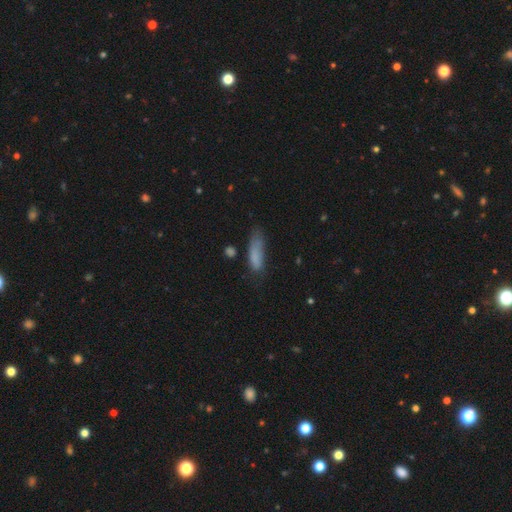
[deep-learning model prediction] The model was most divided on "how rounded": cigar-shaped: 50%, in between: 48%, round: 2%. Remaining: smooth or featured — smooth (78%); merging — none (44%).